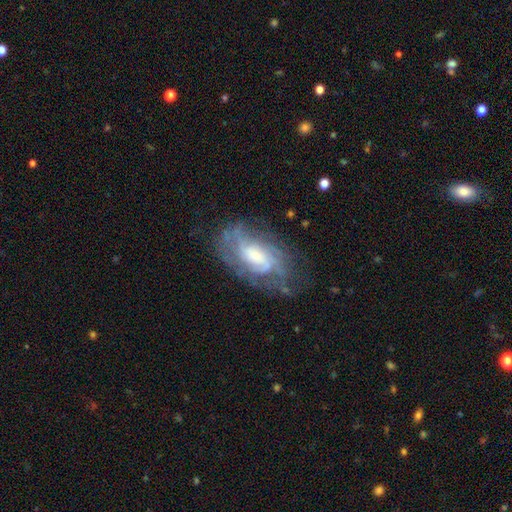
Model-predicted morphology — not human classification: Smooth or featured? Predicted: featured or disk (p=0.79). Edge-on disk? Predicted: no (p=0.95). Bar? Predicted: no (p=0.59). Spiral arms? Predicted: yes (p=0.90). Spiral winding? Predicted: tight (p=0.55). Spiral arm count? Predicted: can't tell (p=0.46). Bulge size? Predicted: small (p=0.49). Merging? Predicted: none (p=0.65).